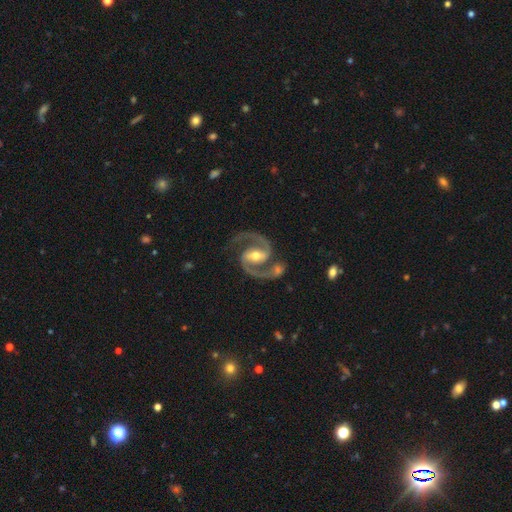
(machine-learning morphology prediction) The model was most divided on "bar": strong: 44%, weak: 39%, no: 17%. More confident: spiral arms — yes (99%); edge-on disk — no (98%); spiral arm count — 2 (94%); smooth or featured — featured or disk (93%); merging — none (76%); spiral winding — medium (68%); bulge size — moderate (67%).